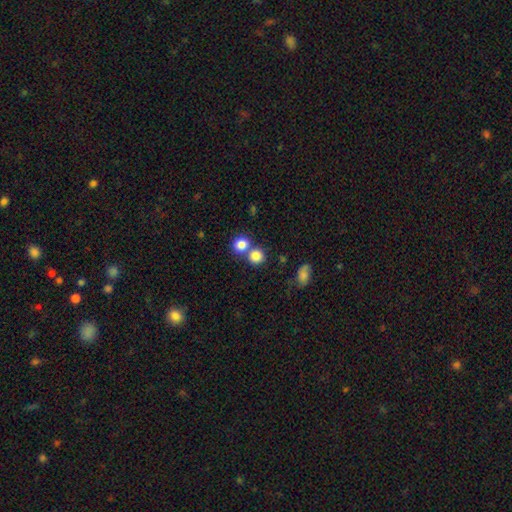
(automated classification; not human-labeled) Morphology: type=smooth (83%); roundness=round (84%); merging=none (53%).